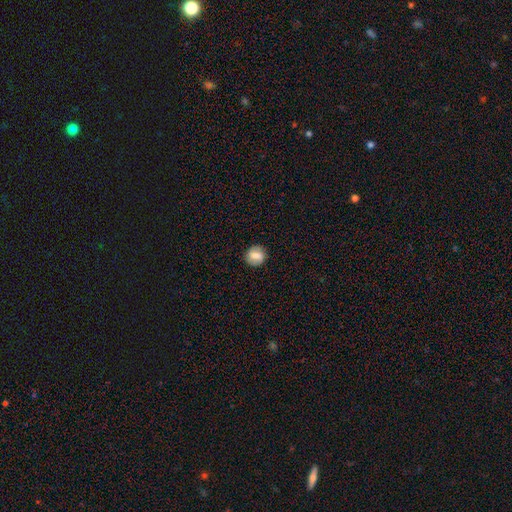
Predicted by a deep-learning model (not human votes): A smooth galaxy with no disk features (62%) that is round (84%).

Vote fractions:
- Smooth or featured? smooth: 62% / featured or disk: 30% / star or artifact: 9%
- How rounded? round: 84% / in between: 15% / cigar-shaped: 1%
- Merging? none: 86% / minor disturbance: 10% / major disturbance: 3% / merger: 1%